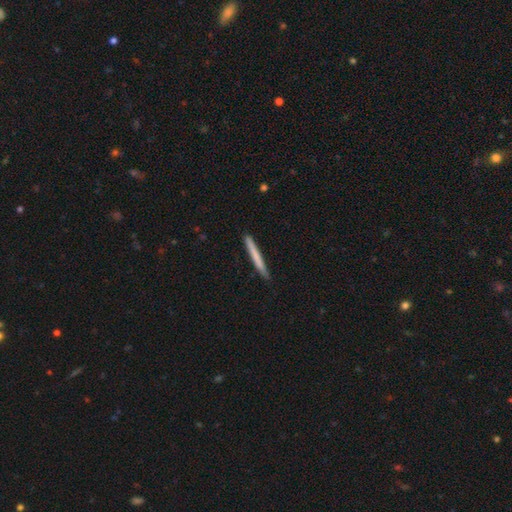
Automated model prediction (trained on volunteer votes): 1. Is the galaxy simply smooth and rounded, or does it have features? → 67% smooth, 28% featured or disk, 5% star or artifact.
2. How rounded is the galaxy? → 97% cigar-shaped, 2% in between, 1% round.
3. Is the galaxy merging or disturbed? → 90% none, 7% minor disturbance, 1% major disturbance, 1% merger.